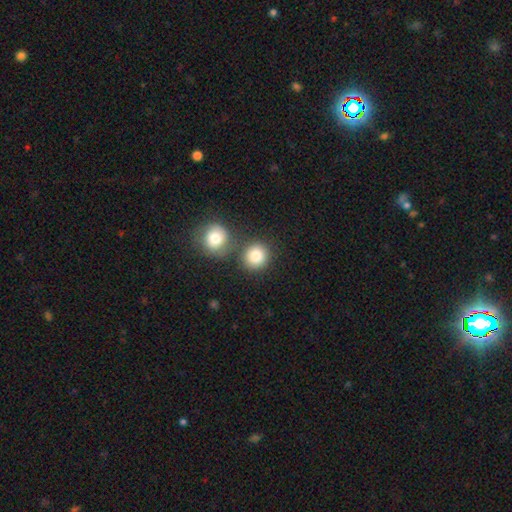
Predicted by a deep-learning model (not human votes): Smooth or featured?
  - smooth: 84% *
  - star or artifact: 9%
  - featured or disk: 7%
How rounded?
  - round: 88% *
  - in between: 12%
  - cigar-shaped: 1%
Merging?
  - none: 67% *
  - merger: 21%
  - minor disturbance: 9%
  - major disturbance: 3%